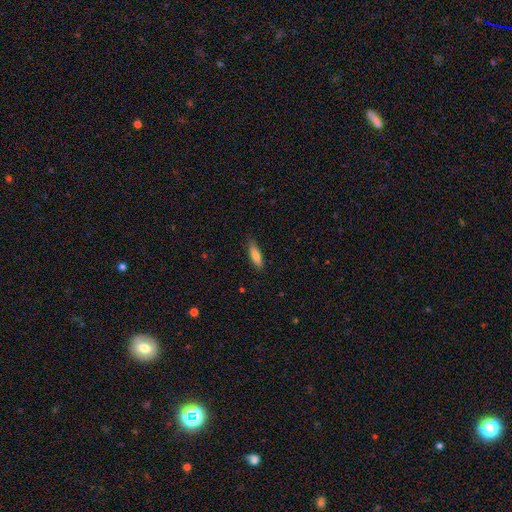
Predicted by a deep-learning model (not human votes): Smooth or featured? Predicted: smooth (p=0.76). How rounded? Predicted: cigar-shaped (p=0.53). Merging? Predicted: none (p=0.85).